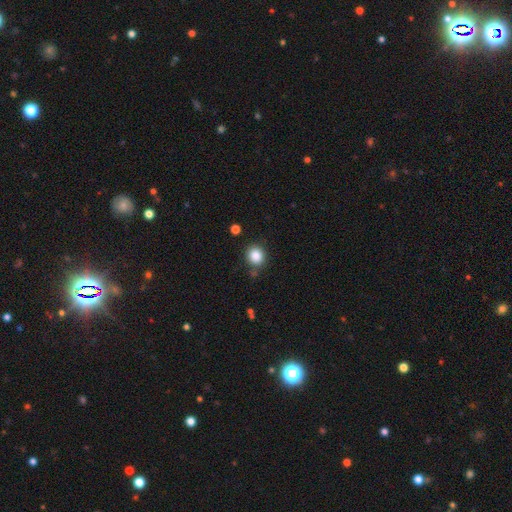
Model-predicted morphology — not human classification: Q: Smooth or featured?
A: smooth (86%); runner-up: star or artifact (10%)
Q: How rounded?
A: round (80%); runner-up: in between (19%)
Q: Merging?
A: none (82%); runner-up: minor disturbance (11%)